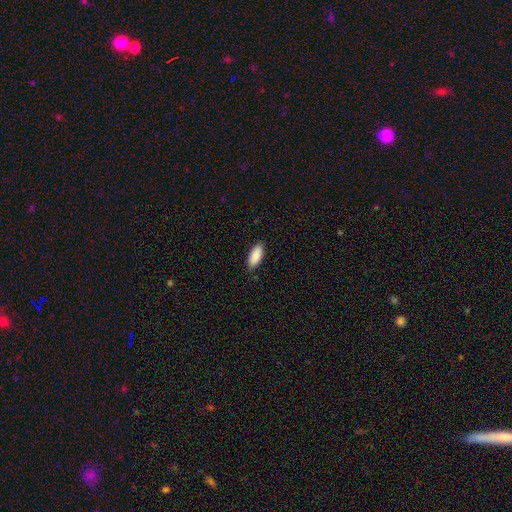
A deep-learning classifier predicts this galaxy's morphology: The model was most divided on "how rounded": in between: 87%, cigar-shaped: 11%, round: 2%. More confident: smooth or featured — smooth (89%); merging — none (87%).